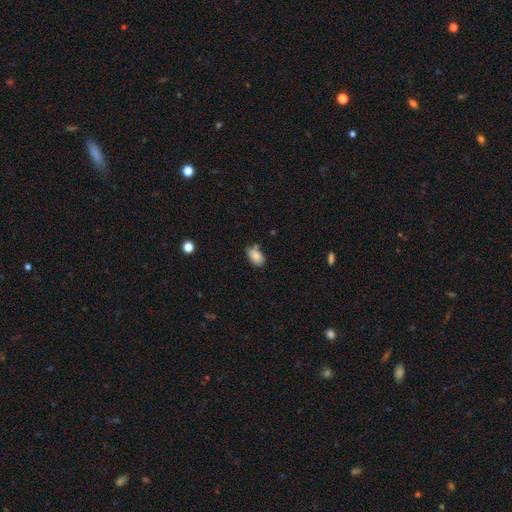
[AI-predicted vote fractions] smooth_or_featured: smooth (p=0.82) [alt: featured or disk p=0.09]
how_rounded: in between (p=0.88) [alt: round p=0.11]
merging: none (p=0.65) [alt: minor disturbance p=0.24]